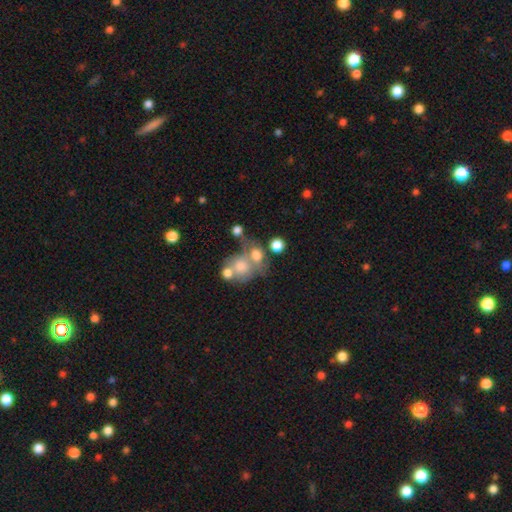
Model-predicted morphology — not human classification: Q: Smooth or featured?
A: smooth (58%); runner-up: featured or disk (27%)
Q: How rounded?
A: round (63%); runner-up: in between (35%)
Q: Merging?
A: merger (44%); runner-up: none (31%)